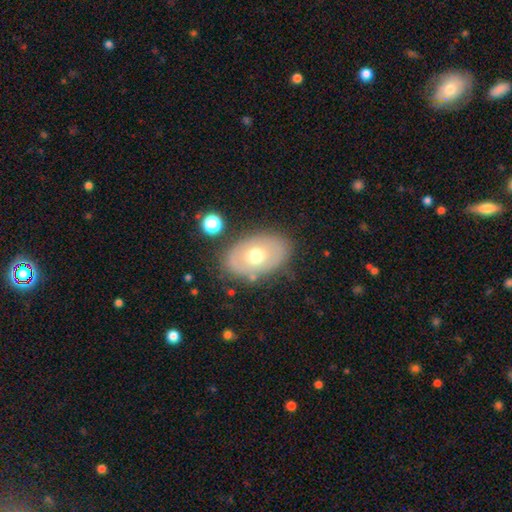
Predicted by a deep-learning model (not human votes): Smooth or featured? Predicted: smooth (p=0.52). How rounded? Predicted: in between (p=0.85). Merging? Predicted: none (p=0.79).